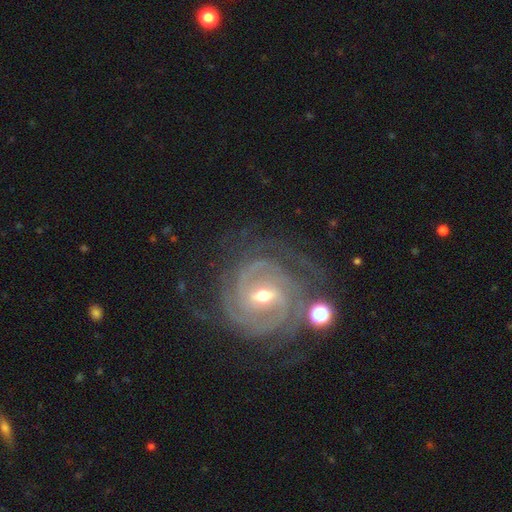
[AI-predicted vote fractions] smooth-or-featured: featured or disk: 89% | star or artifact: 6% | smooth: 5%
  disk-edge-on: no: 97% | yes: 3%
    bar: weak: 45% | strong: 33% | no: 22%
    has-spiral-arms: yes: 97% | no: 3%
      spiral-winding: tight: 78% | medium: 19% | loose: 3%
      spiral-arm-count: 2: 34% | 3: 22% | can't tell: 21% | 4: 11% | more than 4: 6% | 1: 6%
    bulge-size: moderate: 49% | small: 47% | large: 2% | none: 1% | dominant: 1%
  merging: none: 72% | minor disturbance: 15% | major disturbance: 8% | merger: 5%